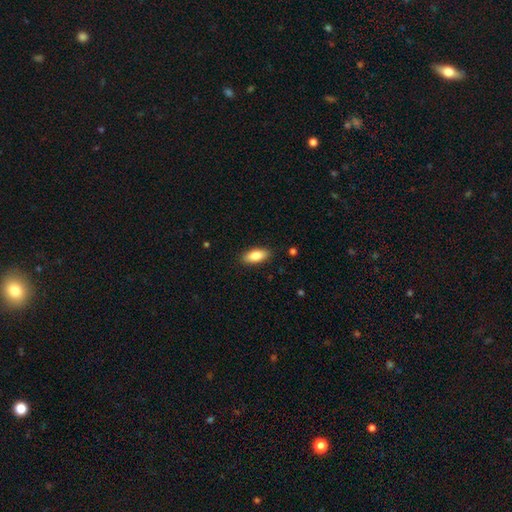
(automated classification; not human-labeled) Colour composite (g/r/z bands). It shows a smooth galaxy with no disk features (84%) that is in between round and cigar-shaped (86%). Merging: none (88%).